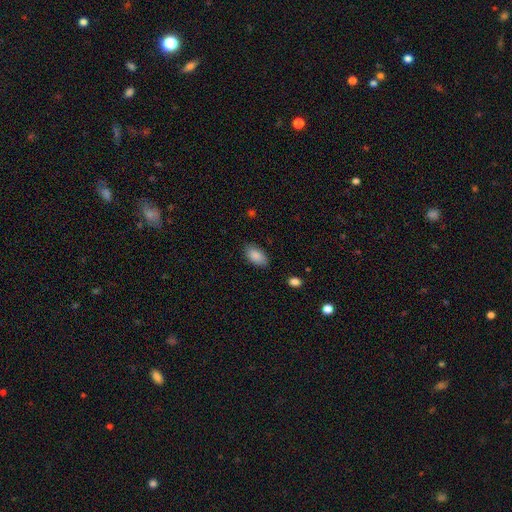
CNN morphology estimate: type=smooth (88%); roundness=in between (94%); merging=none (84%).